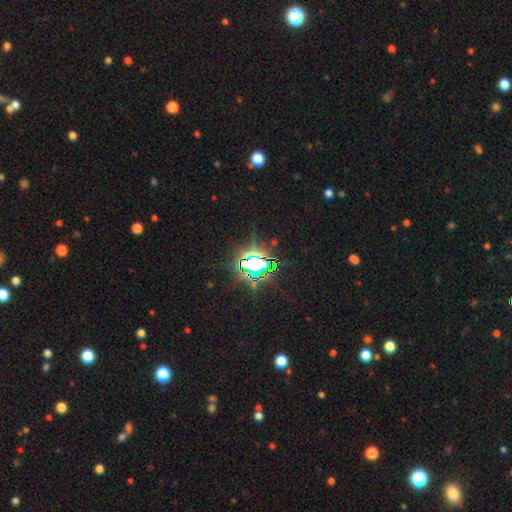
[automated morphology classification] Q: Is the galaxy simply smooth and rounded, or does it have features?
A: star or artifact — 82%.